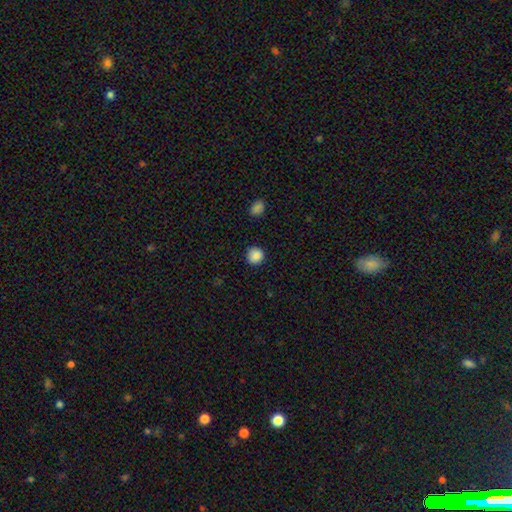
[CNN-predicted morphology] smooth 87%, star or artifact 9%, featured or disk 3%. Down the decision tree: how rounded — round (92%); merging — none (90%).